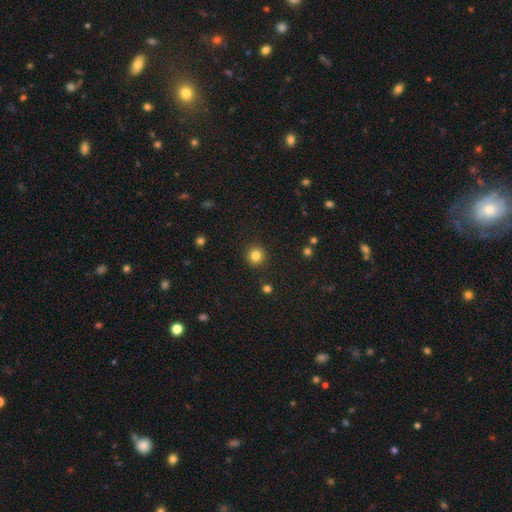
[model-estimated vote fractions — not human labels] Smooth or featured? Predicted: smooth (p=0.83). How rounded? Predicted: round (p=0.94). Merging? Predicted: none (p=0.92).